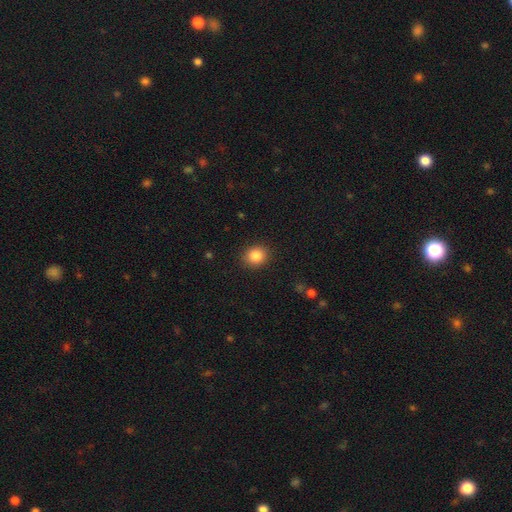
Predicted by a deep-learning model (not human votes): Overall: smooth (85%). How rounded: round (75%). Merging: none (89%).